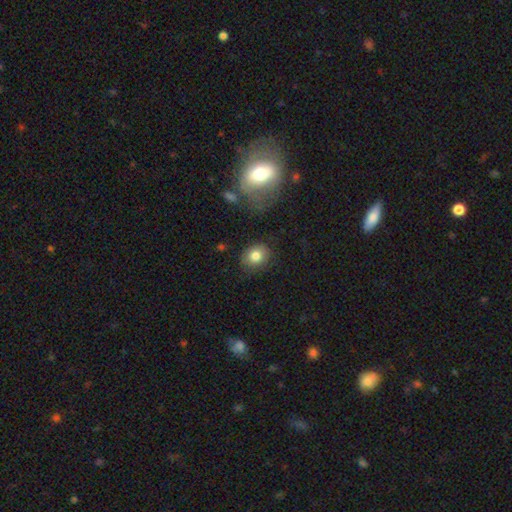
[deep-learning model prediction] Smooth or featured? smooth (82%)
How rounded? round (57%)
Merging? none (81%)